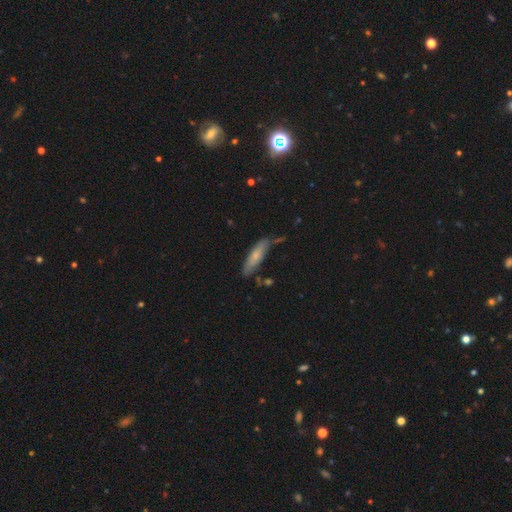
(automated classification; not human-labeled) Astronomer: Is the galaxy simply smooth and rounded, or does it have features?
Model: smooth — 66%.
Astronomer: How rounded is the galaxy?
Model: cigar-shaped — 67%.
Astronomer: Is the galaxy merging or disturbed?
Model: none — 66%.